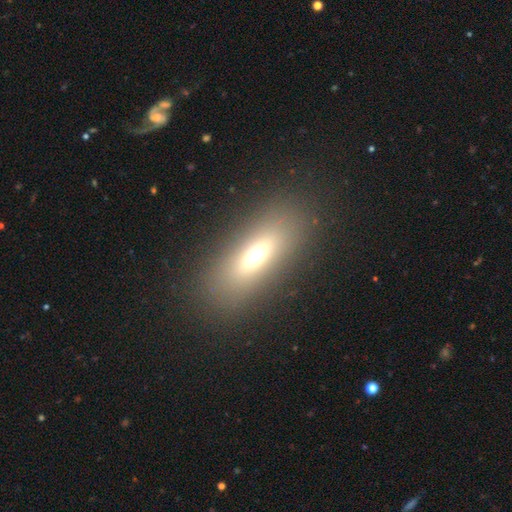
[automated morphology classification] smooth 60%, featured or disk 27%, star or artifact 13%. Down the decision tree: how rounded — in between (67%); merging — none (85%).